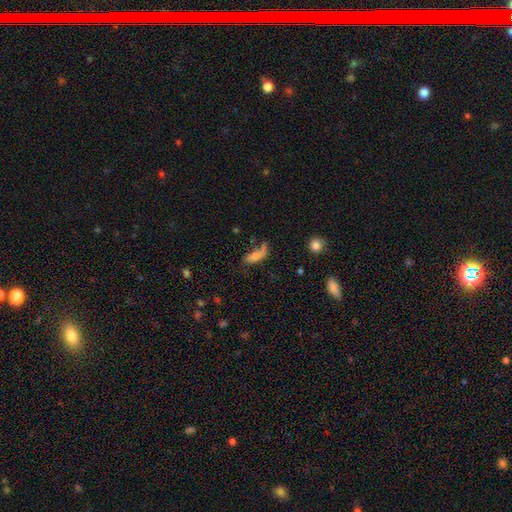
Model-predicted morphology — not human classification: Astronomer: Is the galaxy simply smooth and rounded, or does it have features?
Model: smooth — 59%.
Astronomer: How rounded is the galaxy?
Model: in between — 66%.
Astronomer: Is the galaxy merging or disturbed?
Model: none — 35% (runner-up: major disturbance, 27%).